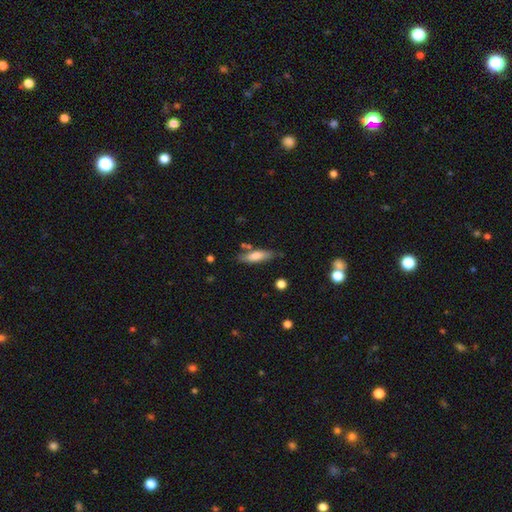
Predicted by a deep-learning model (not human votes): Overall: smooth (73%). How rounded: cigar-shaped (51%; in between 47%). Merging: none (73%).